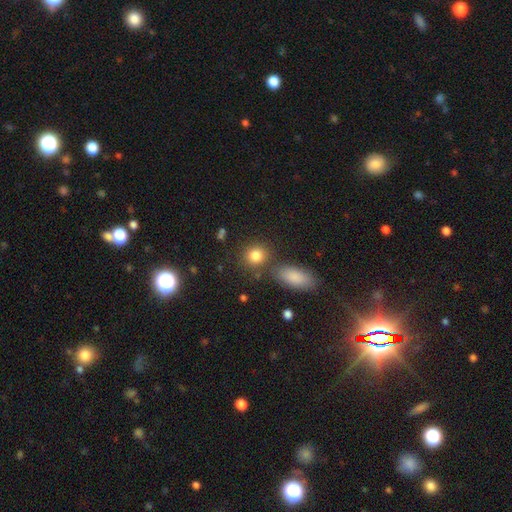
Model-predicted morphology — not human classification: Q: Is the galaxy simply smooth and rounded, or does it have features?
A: smooth — 83%.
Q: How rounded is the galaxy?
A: round — 72%.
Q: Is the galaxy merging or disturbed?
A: none — 73%.